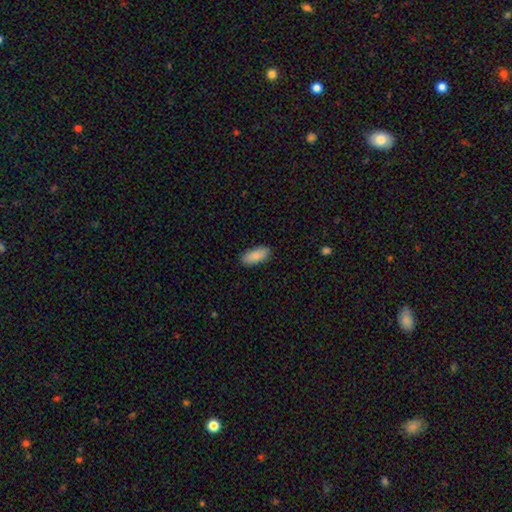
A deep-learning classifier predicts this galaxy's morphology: A smooth galaxy with no disk features (89%) that is in between round and cigar-shaped (87%). Merging: none (89%).